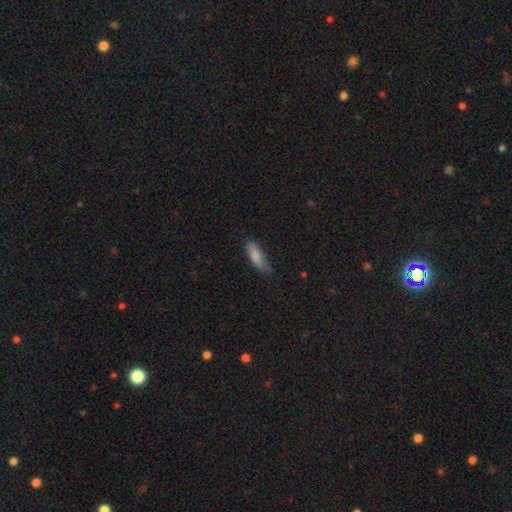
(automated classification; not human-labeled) smooth_or_featured: smooth (p=0.84) [alt: featured or disk p=0.10]
how_rounded: in between (p=0.56) [alt: cigar-shaped p=0.43]
merging: none (p=0.65) [alt: minor disturbance p=0.28]